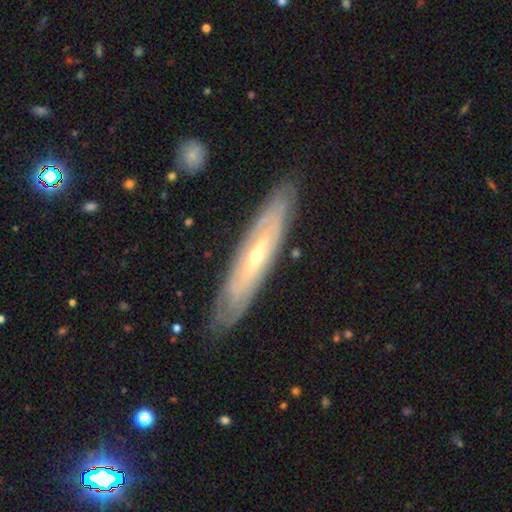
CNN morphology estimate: Overall: featured or disk (77%). Edge-on disk: no (58%; yes 42%). Merging: none (85%).